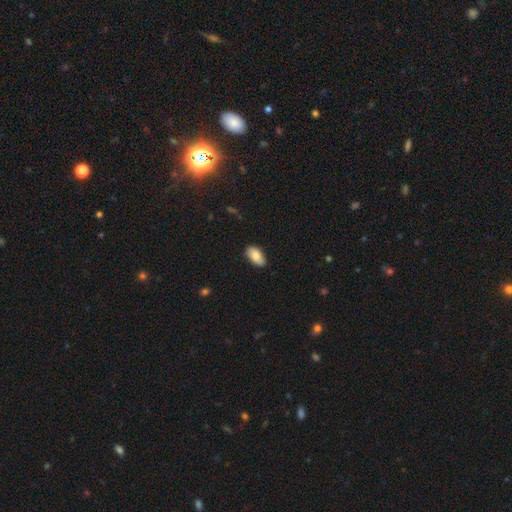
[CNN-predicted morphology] Smooth or featured? Predicted: smooth (p=0.81). How rounded? Predicted: in between (p=0.94). Merging? Predicted: none (p=0.81).